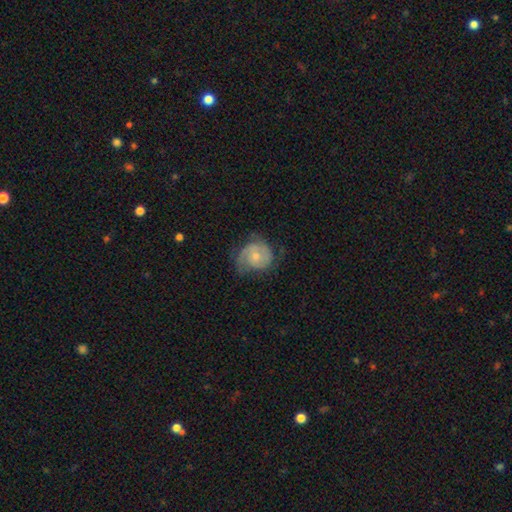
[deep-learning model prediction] A featured or disk galaxy (64%) with no bar (76%), 2 (52%) tight (42%) spiral arms (88%) and a small central bulge (57%). Merging: none (55%).